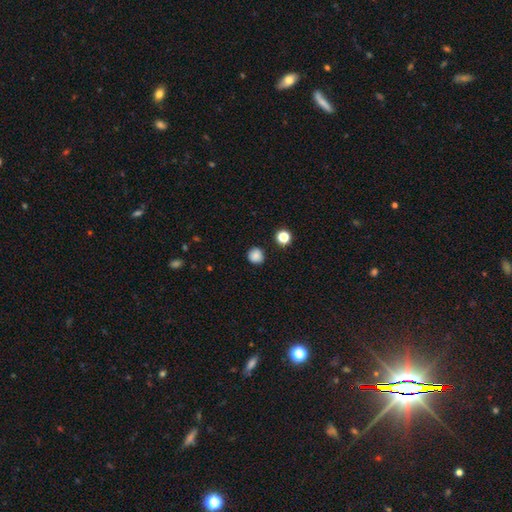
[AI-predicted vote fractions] A smooth galaxy with no disk features (85%) that is round (92%). Merging: none (88%).